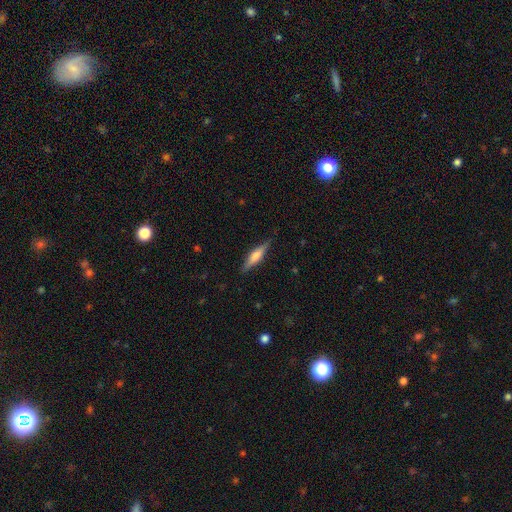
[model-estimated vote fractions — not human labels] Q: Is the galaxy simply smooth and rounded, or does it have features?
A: featured or disk — 51%.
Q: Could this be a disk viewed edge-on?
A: yes — 95%.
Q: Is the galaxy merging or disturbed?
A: none — 87%.